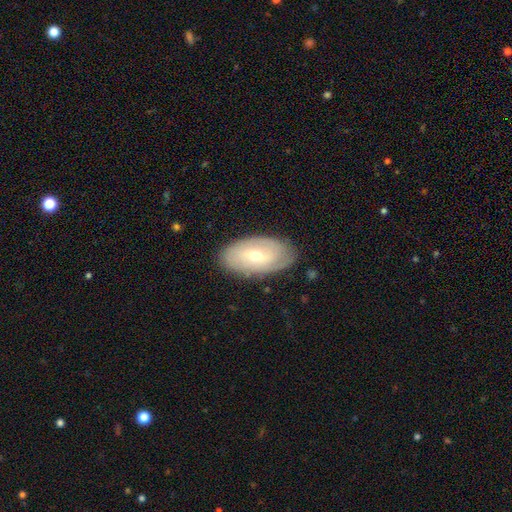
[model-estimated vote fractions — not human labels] Smooth or featured: featured or disk — 59% (smooth — 34%)
Edge-on disk: no — 90% (yes — 10%)
Bar: weak — 46% (no — 38%)
Spiral arms: yes — 69% (no — 31%)
Bulge size: moderate — 52% (small — 44%)
Merging: none — 81% (minor disturbance — 15%)